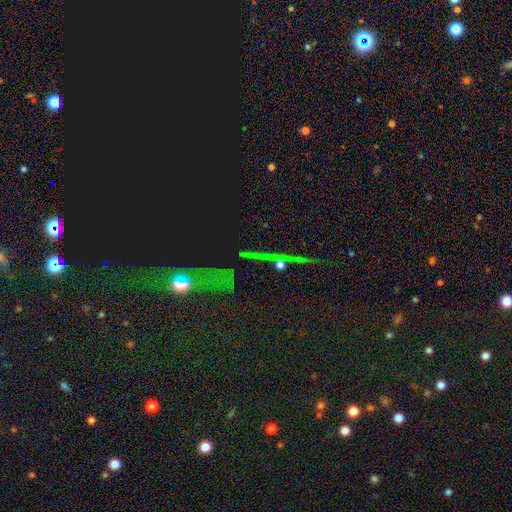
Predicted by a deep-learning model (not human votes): Smooth or featured: star or artifact — 70% (featured or disk — 16%)